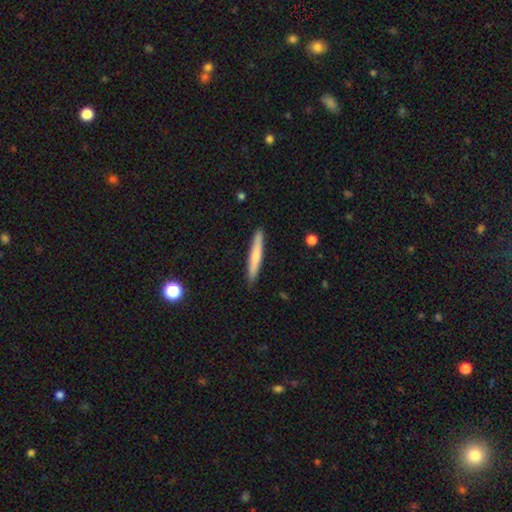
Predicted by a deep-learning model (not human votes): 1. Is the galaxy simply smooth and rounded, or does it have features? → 63% smooth, 31% featured or disk, 6% star or artifact.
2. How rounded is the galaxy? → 95% cigar-shaped, 4% in between, 1% round.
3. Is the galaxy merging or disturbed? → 90% none, 8% minor disturbance, 1% major disturbance, 1% merger.